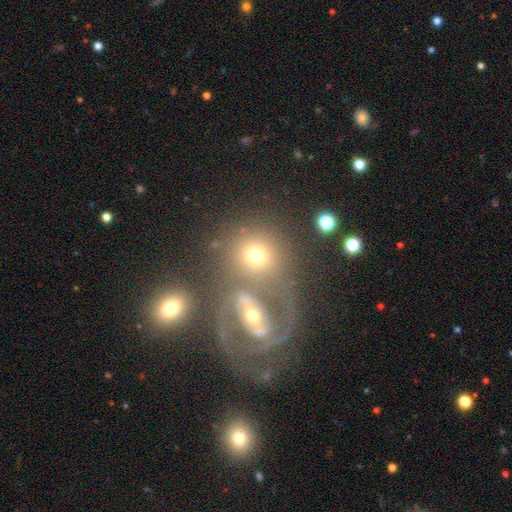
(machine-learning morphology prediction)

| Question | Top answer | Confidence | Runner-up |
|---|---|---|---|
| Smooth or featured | smooth | 53% | featured or disk (35%) |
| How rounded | round | 76% | in between (23%) |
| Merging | none | 45% | merger (39%) |